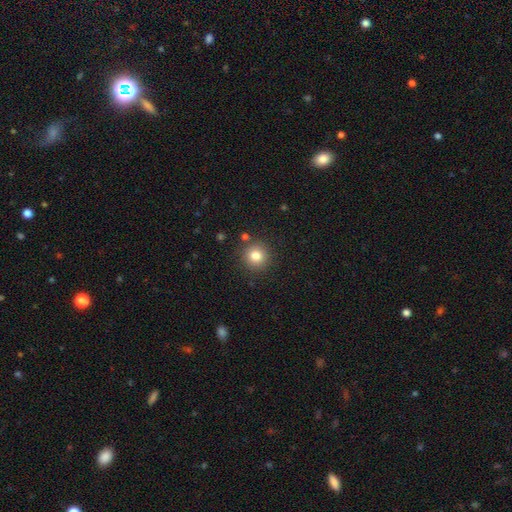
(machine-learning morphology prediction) Q: Smooth or featured?
A: smooth (80%); runner-up: star or artifact (12%)
Q: How rounded?
A: round (94%); runner-up: in between (5%)
Q: Merging?
A: none (87%); runner-up: minor disturbance (7%)